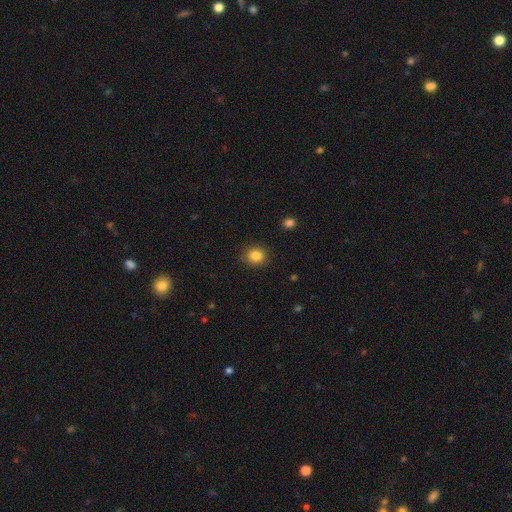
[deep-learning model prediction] The model was most divided on "how rounded": round: 79%, in between: 20%, cigar-shaped: 1%. More confident: merging — none (87%); smooth or featured — smooth (85%).